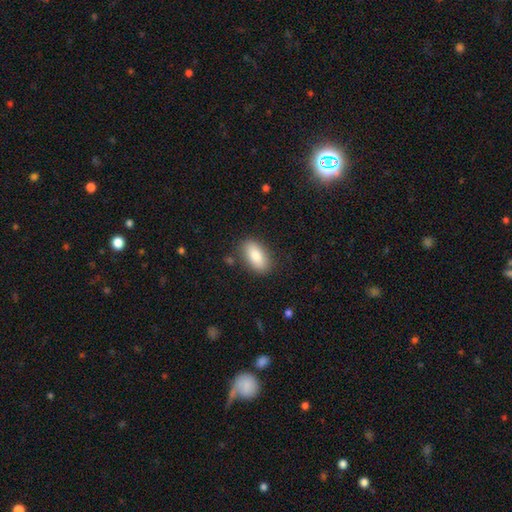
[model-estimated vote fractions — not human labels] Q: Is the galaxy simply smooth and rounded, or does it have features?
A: smooth — 84%.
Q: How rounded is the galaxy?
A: in between — 90%.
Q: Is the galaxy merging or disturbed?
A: none — 84%.